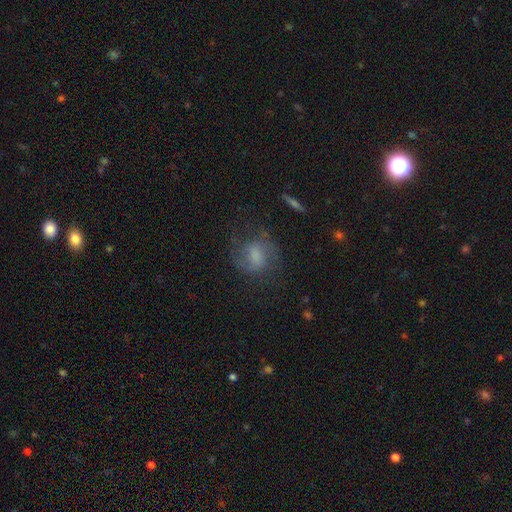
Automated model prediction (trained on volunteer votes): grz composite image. It shows a featured or disk galaxy (56%) with a weak bar (49%), spiral arms (84%) and a moderate central bulge (29%). Merging: none (59%).